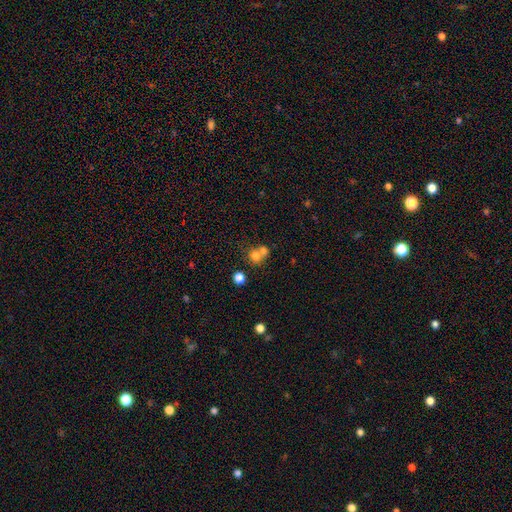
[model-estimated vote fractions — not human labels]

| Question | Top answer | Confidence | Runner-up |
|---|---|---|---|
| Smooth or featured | smooth | 74% | star or artifact (13%) |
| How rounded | round | 80% | in between (19%) |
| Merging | merger | 55% | none (36%) |